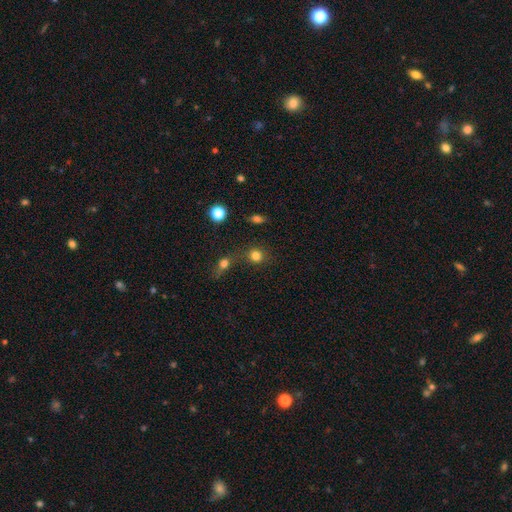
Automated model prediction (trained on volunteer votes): smooth 80%, star or artifact 14%, featured or disk 6%. Down the decision tree: how rounded — round (85%); merging — none (61%).